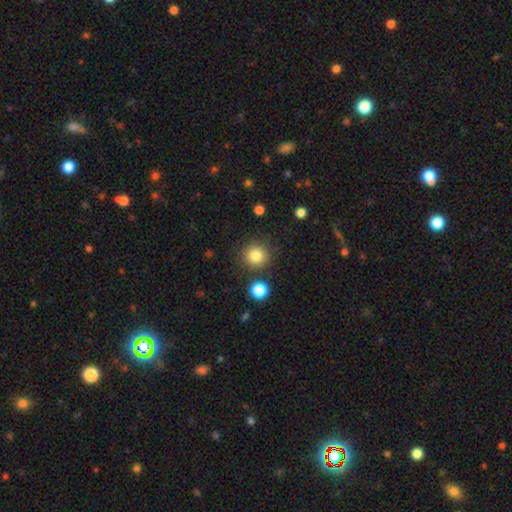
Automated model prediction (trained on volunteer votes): smooth-or-featured: smooth: 83% | star or artifact: 11% | featured or disk: 6%
  how-rounded: round: 94% | in between: 5% | cigar-shaped: 1%
  merging: none: 86% | minor disturbance: 7% | merger: 4% | major disturbance: 3%